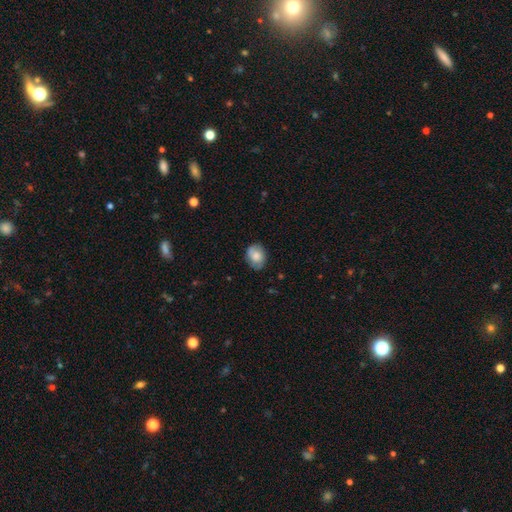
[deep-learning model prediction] This is likely a smooth galaxy (71%). How rounded: possibly in between (59%). Merging: likely none (77%).